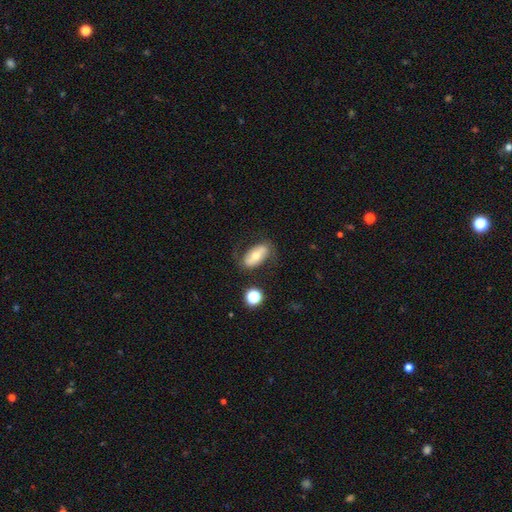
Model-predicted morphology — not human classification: A featured or disk galaxy (47%). Merging: none (68%).